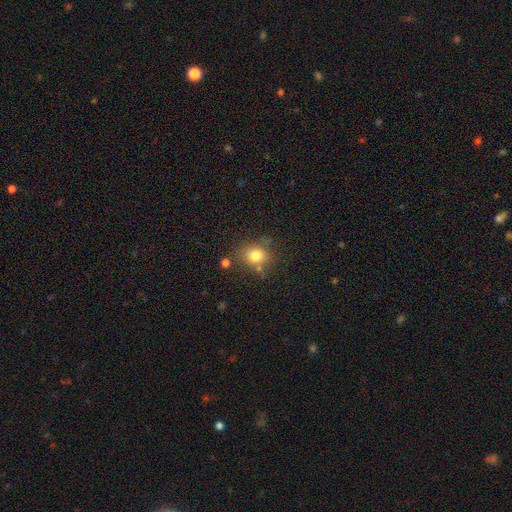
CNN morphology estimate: Smooth or featured? smooth (79%)
How rounded? round (61%)
Merging? none (74%)